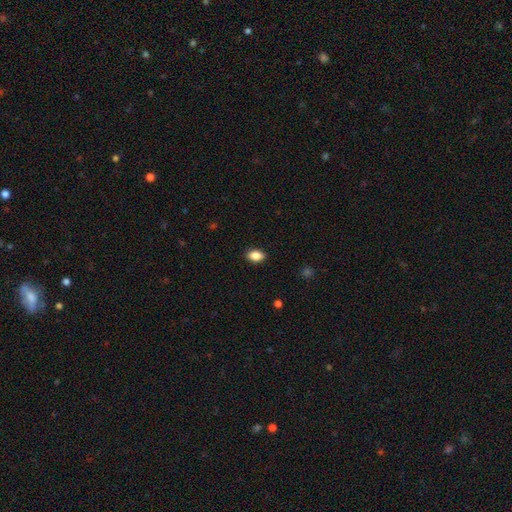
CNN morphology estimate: smooth-or-featured: smooth: 87% | star or artifact: 8% | featured or disk: 5%
  how-rounded: in between: 88% | round: 10% | cigar-shaped: 2%
  merging: none: 89% | minor disturbance: 8% | major disturbance: 2% | merger: 1%